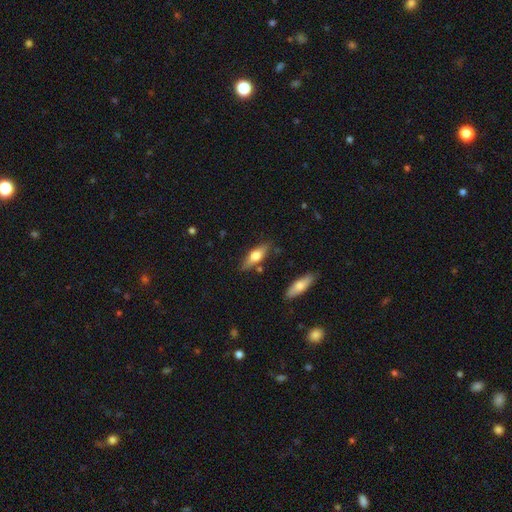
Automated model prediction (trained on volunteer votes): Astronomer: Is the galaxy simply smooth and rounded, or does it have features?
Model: smooth — 59% (runner-up: featured or disk, 35%).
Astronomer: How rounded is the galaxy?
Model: in between — 56% (runner-up: cigar-shaped, 41%).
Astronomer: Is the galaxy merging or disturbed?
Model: none — 79%.